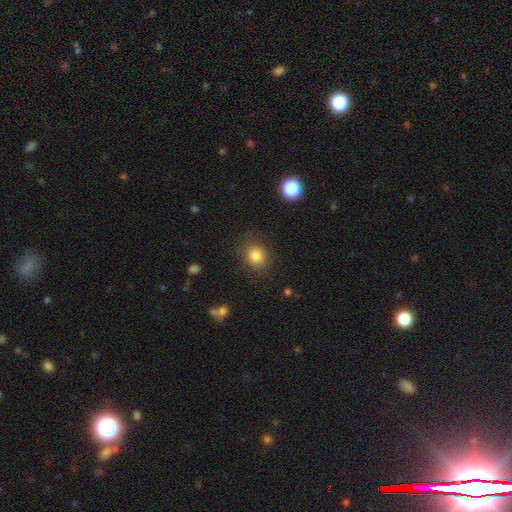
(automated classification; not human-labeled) Smooth or featured: smooth — 82% (star or artifact — 11%)
How rounded: round — 68% (in between — 31%)
Merging: none — 84% (minor disturbance — 11%)